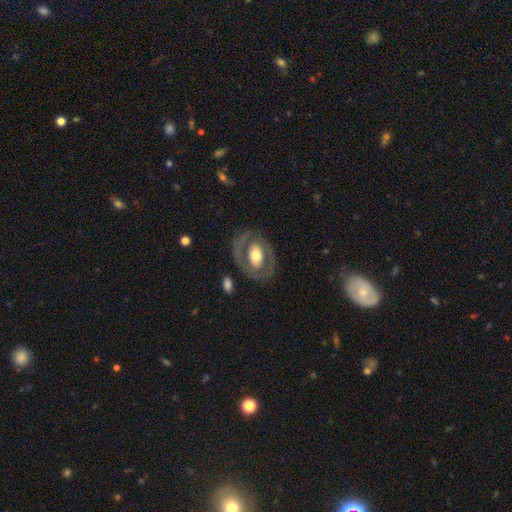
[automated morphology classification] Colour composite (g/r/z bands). It shows a featured or disk galaxy (58%) with no bar (66%), no spiral arms (77%) and a moderate central bulge (57%). Merging: none (77%).